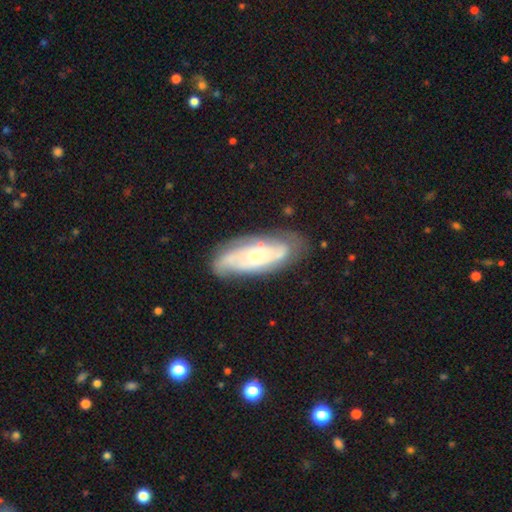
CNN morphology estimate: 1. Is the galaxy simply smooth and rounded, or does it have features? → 73% featured or disk, 21% smooth, 6% star or artifact.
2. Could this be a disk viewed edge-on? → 89% no, 11% yes.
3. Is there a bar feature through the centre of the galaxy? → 74% no, 20% weak, 6% strong.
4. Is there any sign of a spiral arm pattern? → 87% yes, 13% no.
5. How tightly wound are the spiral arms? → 59% tight, 32% medium, 10% loose.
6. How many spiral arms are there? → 43% can't tell, 30% 2, 14% 3, 6% 4, 4% 1, 3% more than 4.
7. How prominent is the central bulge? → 69% small, 26% moderate, 2% none, 2% large, 1% dominant.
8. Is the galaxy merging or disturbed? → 72% none, 20% minor disturbance, 7% major disturbance, 2% merger.